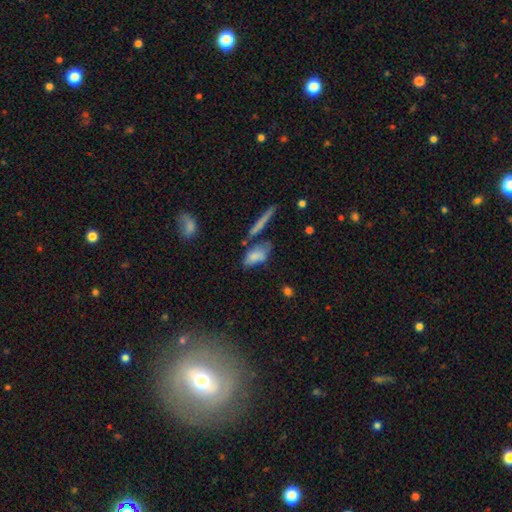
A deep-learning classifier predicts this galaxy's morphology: This appears to be a smooth galaxy with no disk features (71%) that is in between round and cigar-shaped (81%). Merging: none (37%).